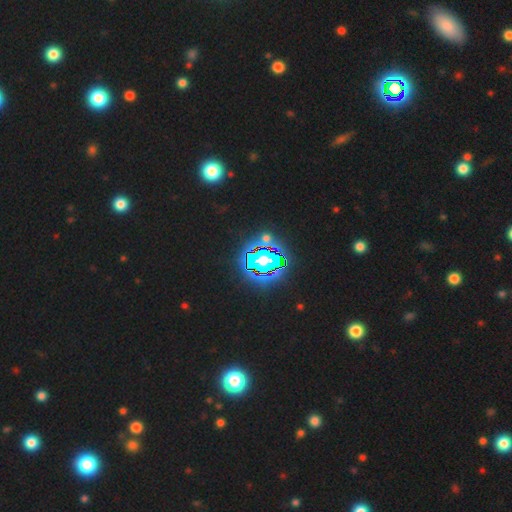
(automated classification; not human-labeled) star or artifact 78%, smooth 13%, featured or disk 9%.